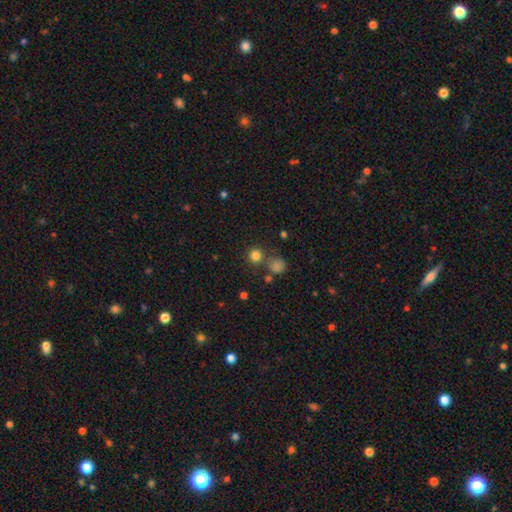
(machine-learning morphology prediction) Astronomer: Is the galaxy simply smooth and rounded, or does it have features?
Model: smooth — 79%.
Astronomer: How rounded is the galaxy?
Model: round — 92%.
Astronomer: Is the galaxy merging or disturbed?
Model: none — 71%.